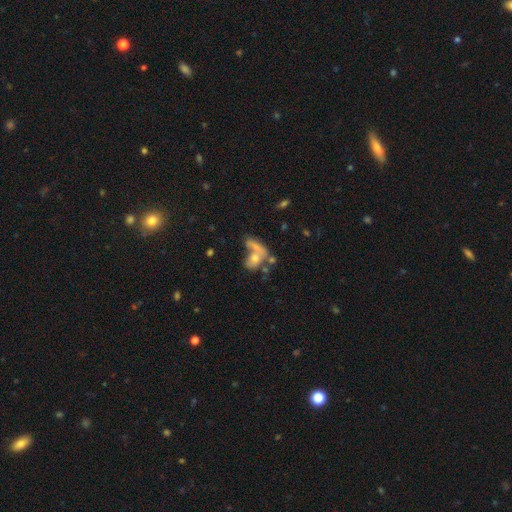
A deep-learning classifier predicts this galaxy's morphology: Overall: smooth (58%; featured or disk 31%). How rounded: in between (71%). Merging: merger (54%; none 21%).